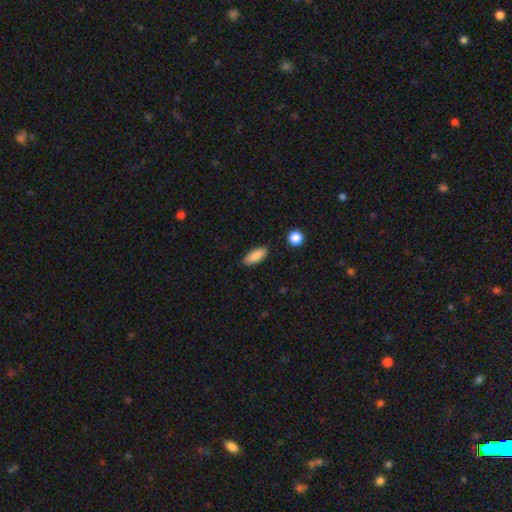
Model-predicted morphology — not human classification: This is clearly a smooth galaxy (86%). How rounded: likely in between (79%). Merging: clearly none (84%).